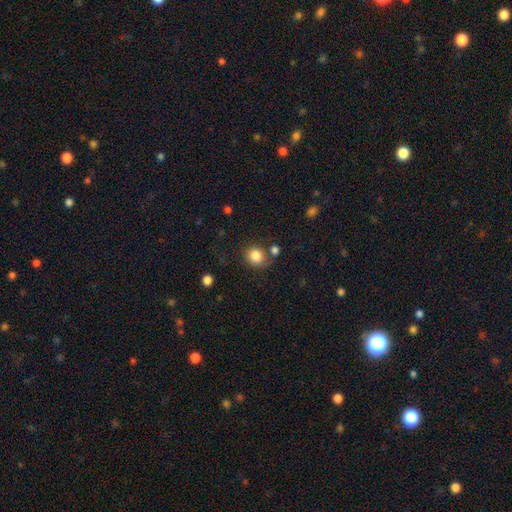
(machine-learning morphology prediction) This is clearly a smooth galaxy (85%). How rounded: clearly round (82%). Merging: likely none (69%).